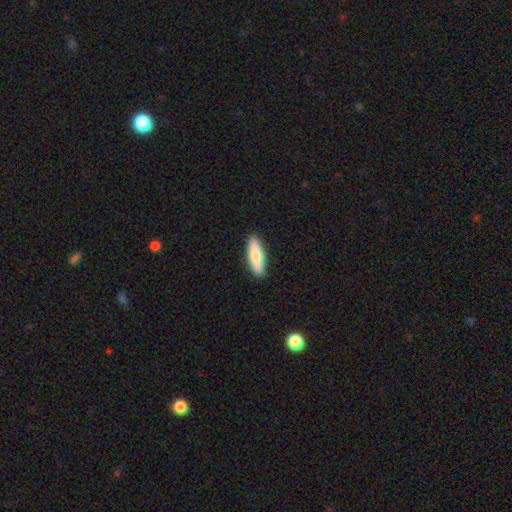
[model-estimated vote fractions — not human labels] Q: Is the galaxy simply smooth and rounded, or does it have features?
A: smooth — 73%.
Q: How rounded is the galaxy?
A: cigar-shaped — 63%.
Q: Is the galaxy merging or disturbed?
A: none — 90%.